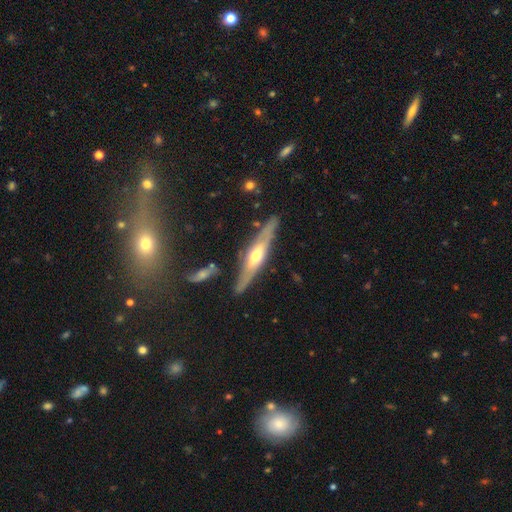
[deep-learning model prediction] smooth_or_featured: featured or disk (p=0.71) [alt: smooth p=0.23]
disk_edge_on: yes (p=0.89) [alt: no p=0.11]
edge_on_bulge: rounded (p=0.84) [alt: none p=0.09]
merging: none (p=0.82) [alt: minor disturbance p=0.12]